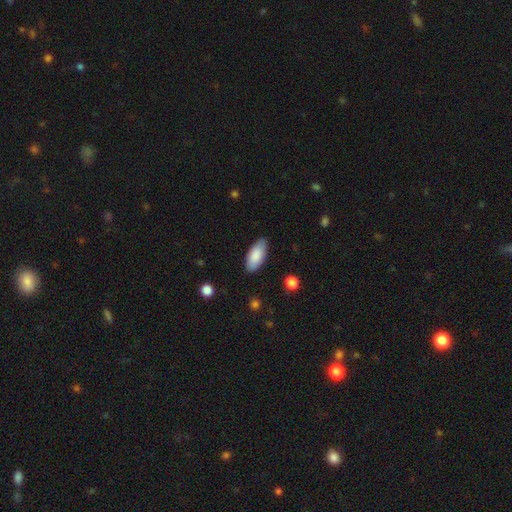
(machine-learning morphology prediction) Smooth or featured? Predicted: smooth (p=0.87). How rounded? Predicted: in between (p=0.89). Merging? Predicted: none (p=0.86).